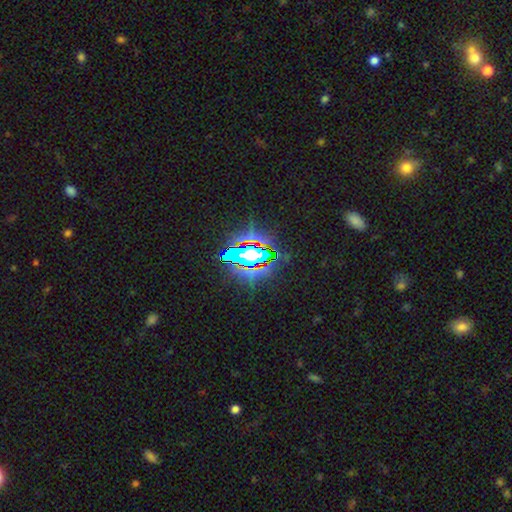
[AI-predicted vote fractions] smooth-or-featured: star or artifact: 78% | smooth: 12% | featured or disk: 10%